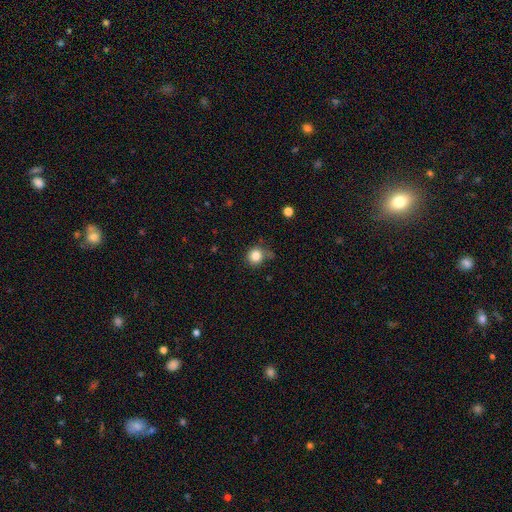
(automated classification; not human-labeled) This appears to be a smooth galaxy with no disk features (83%) that is round (87%). Merging: none (64%).